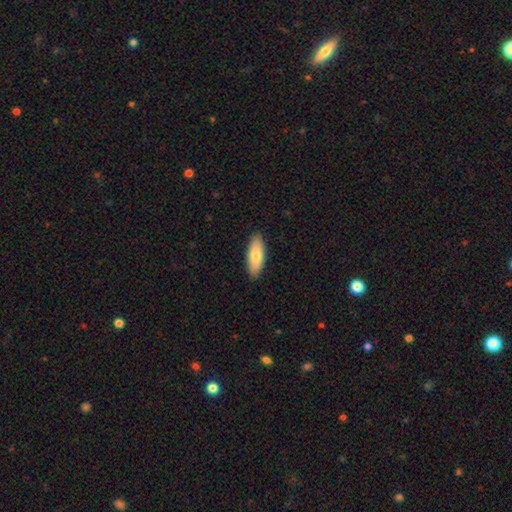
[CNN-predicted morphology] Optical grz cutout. It shows a smooth galaxy with no disk features (80%) that is in between round and cigar-shaped (73%). Merging: none (89%).